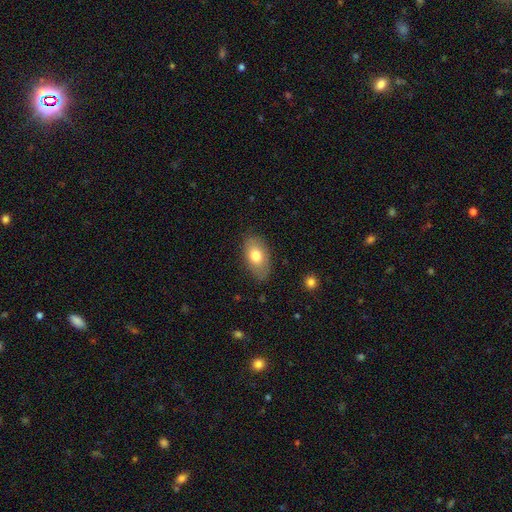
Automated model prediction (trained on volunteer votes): Q: Smooth or featured?
A: smooth (75%); runner-up: featured or disk (18%)
Q: How rounded?
A: in between (91%); runner-up: round (7%)
Q: Merging?
A: none (79%); runner-up: minor disturbance (16%)